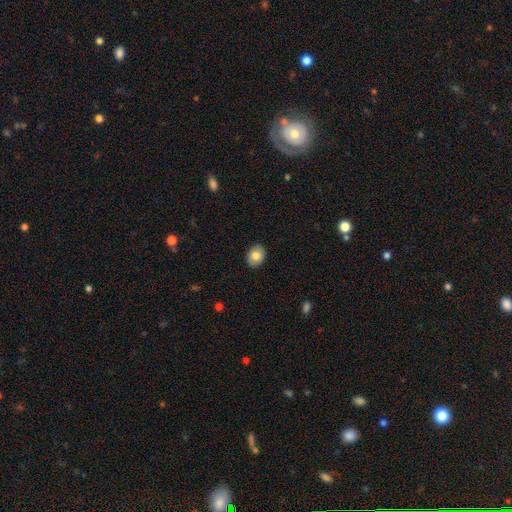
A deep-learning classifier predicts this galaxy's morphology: A smooth galaxy with no disk features (80%) that is in between round and cigar-shaped (59%).

Vote fractions:
- Smooth or featured? smooth: 80% / featured or disk: 12% / star or artifact: 8%
- How rounded? in between: 59% / round: 40% / cigar-shaped: 1%
- Merging? none: 90% / minor disturbance: 8% / major disturbance: 2% / merger: 1%